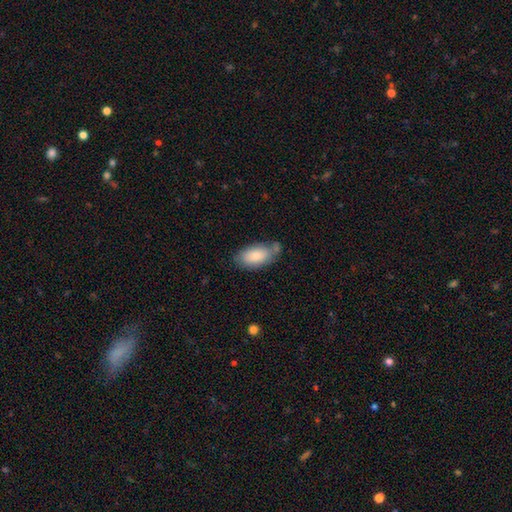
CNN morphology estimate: Smooth or featured?
  - smooth: 82% *
  - featured or disk: 12%
  - star or artifact: 6%
How rounded?
  - in between: 93% *
  - cigar-shaped: 4%
  - round: 3%
Merging?
  - none: 58% *
  - minor disturbance: 25%
  - merger: 10%
  - major disturbance: 6%